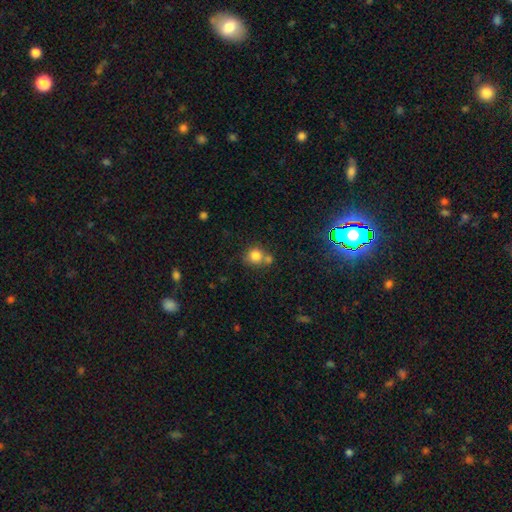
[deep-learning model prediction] smooth-or-featured: smooth: 81% | star or artifact: 11% | featured or disk: 8%
  how-rounded: round: 85% | in between: 14% | cigar-shaped: 1%
  merging: none: 53% | merger: 32% | minor disturbance: 11% | major disturbance: 4%